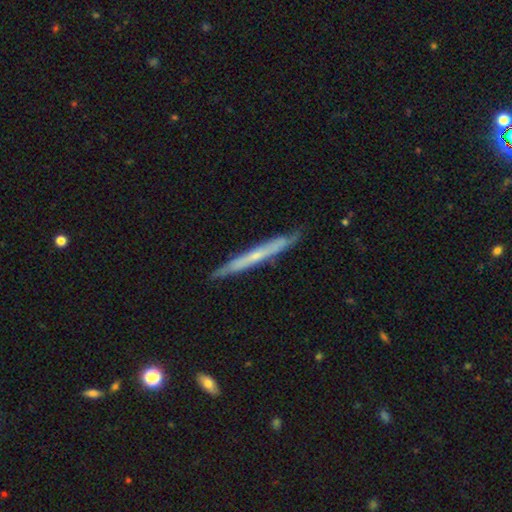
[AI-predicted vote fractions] smooth-or-featured: featured or disk: 62% | smooth: 32% | star or artifact: 6%
  disk-edge-on: yes: 93% | no: 7%
    edge-on-bulge: none: 62% | rounded: 34% | boxy: 4%
  merging: none: 84% | minor disturbance: 12% | major disturbance: 2% | merger: 1%